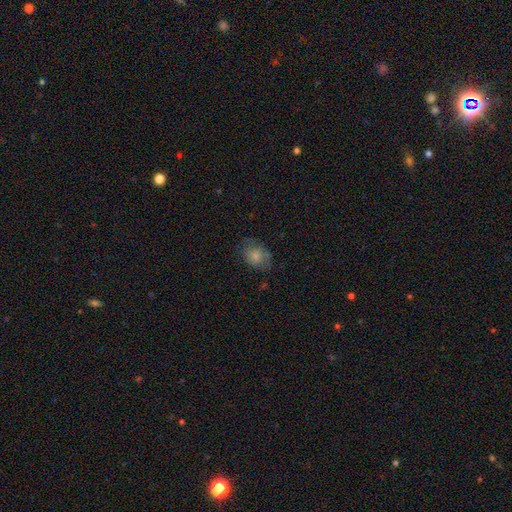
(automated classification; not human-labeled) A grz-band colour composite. It shows a smooth galaxy with no disk features (76%) that is in between round and cigar-shaped (67%). Merging: none (64%).